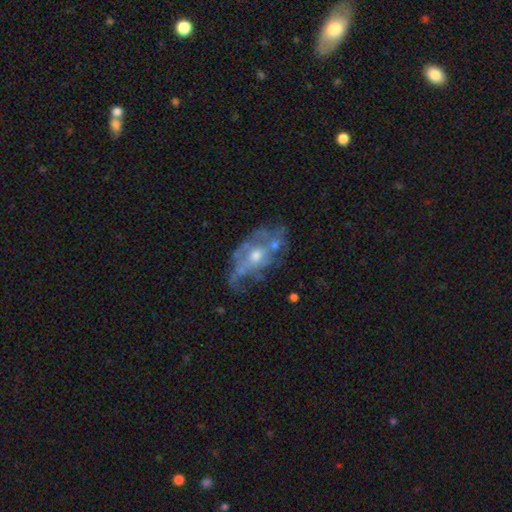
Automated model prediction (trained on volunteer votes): This appears to be a featured or disk galaxy (73%) with no bar (73%), spiral arms (66%) and a moderate central bulge (53%). Merging: none (53%).